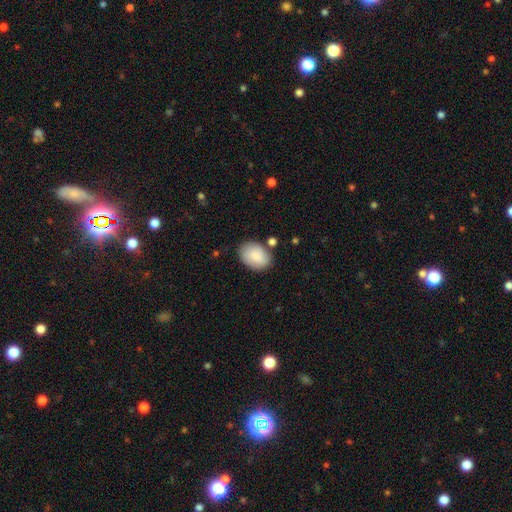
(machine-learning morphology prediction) type=smooth (86%); roundness=in between (77%); merging=none (74%).